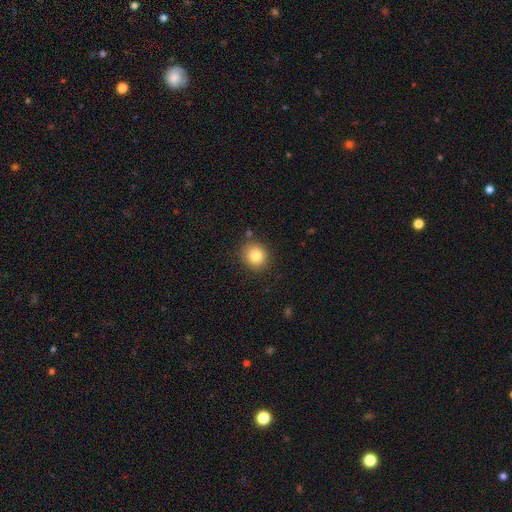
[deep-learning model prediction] smooth_or_featured: smooth (p=0.82) [alt: star or artifact p=0.11]
how_rounded: round (p=0.87) [alt: in between p=0.12]
merging: none (p=0.85) [alt: minor disturbance p=0.10]